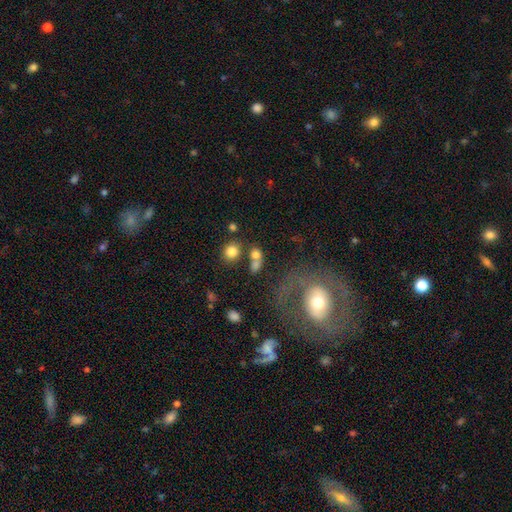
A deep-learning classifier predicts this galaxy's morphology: type=smooth (75%); roundness=round (64%); merging=none (49%).